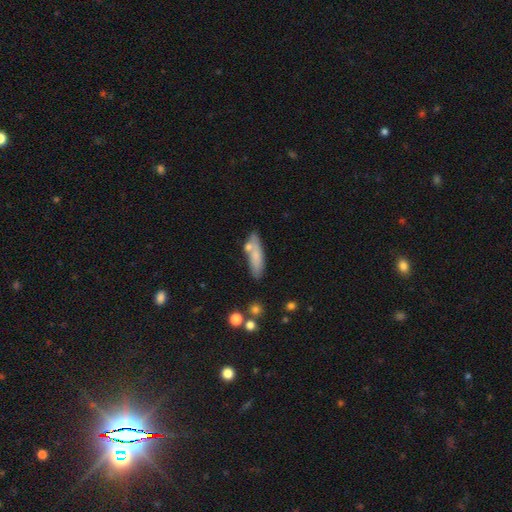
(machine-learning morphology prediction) This appears to be a smooth galaxy with no disk features (72%) that is cigar-shaped (57%). Merging: none (65%).